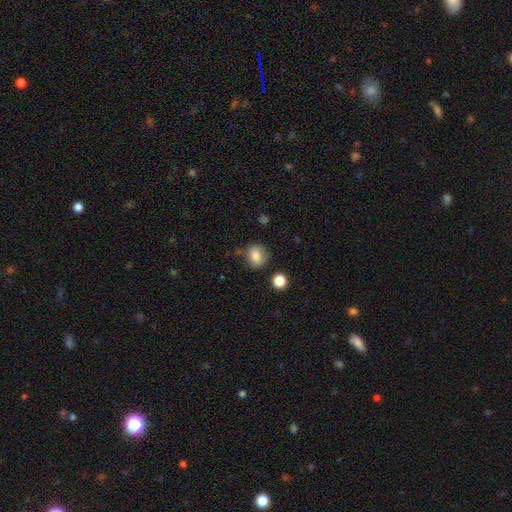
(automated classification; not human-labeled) Smooth or featured? Predicted: smooth (p=0.82). How rounded? Predicted: round (p=0.70). Merging? Predicted: none (p=0.74).